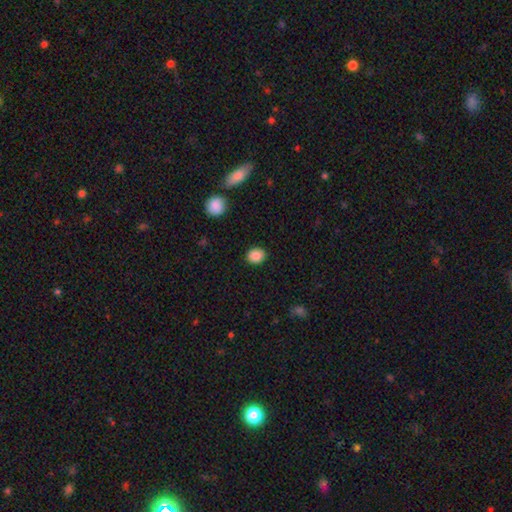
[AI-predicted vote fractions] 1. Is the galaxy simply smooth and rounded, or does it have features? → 88% smooth, 9% star or artifact, 3% featured or disk.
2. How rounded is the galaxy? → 67% round, 32% in between, 1% cigar-shaped.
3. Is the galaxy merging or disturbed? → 89% none, 7% minor disturbance, 2% major disturbance, 1% merger.